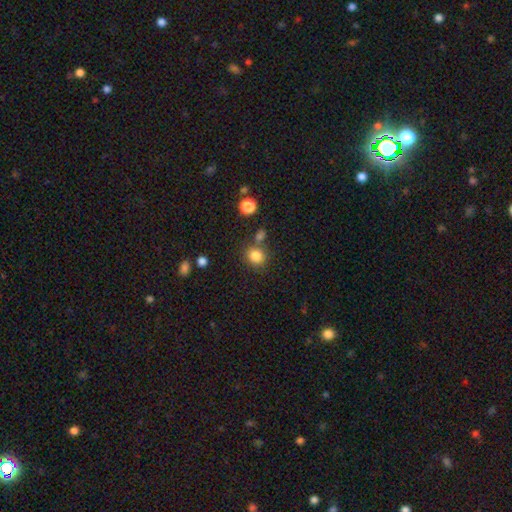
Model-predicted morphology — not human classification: Smooth or featured?
  - smooth: 83% *
  - star or artifact: 12%
  - featured or disk: 5%
How rounded?
  - round: 76% *
  - in between: 23%
  - cigar-shaped: 1%
Merging?
  - none: 69% *
  - merger: 15%
  - minor disturbance: 11%
  - major disturbance: 4%